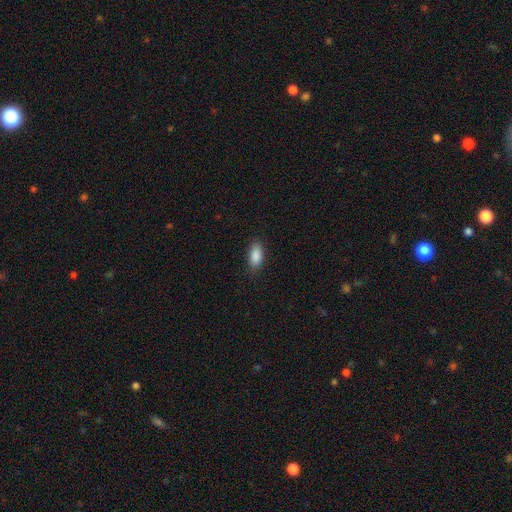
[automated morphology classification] Smooth or featured?
  - smooth: 89% *
  - star or artifact: 7%
  - featured or disk: 4%
How rounded?
  - in between: 89% *
  - cigar-shaped: 8%
  - round: 3%
Merging?
  - none: 85% *
  - minor disturbance: 11%
  - major disturbance: 3%
  - merger: 1%